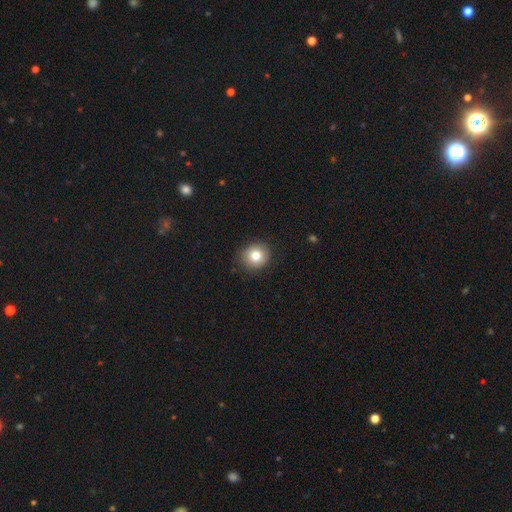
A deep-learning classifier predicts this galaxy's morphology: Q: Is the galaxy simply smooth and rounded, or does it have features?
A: smooth — 80%.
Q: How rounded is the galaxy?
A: round — 87%.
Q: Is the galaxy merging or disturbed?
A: none — 89%.